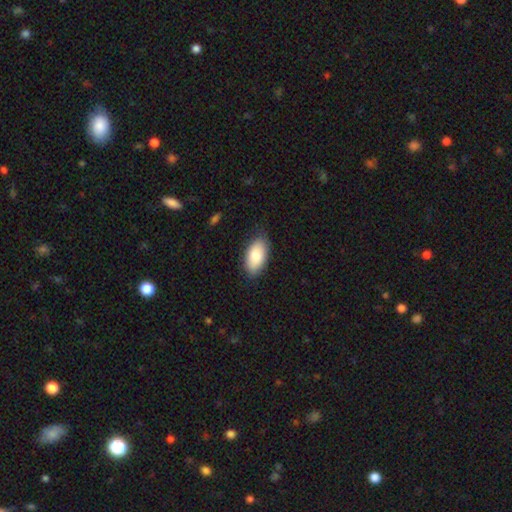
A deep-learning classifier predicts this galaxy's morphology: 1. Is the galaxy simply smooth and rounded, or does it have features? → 83% smooth, 11% featured or disk, 6% star or artifact.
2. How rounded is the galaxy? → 94% in between, 3% round, 3% cigar-shaped.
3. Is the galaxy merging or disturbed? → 81% none, 15% minor disturbance, 3% major disturbance, 1% merger.